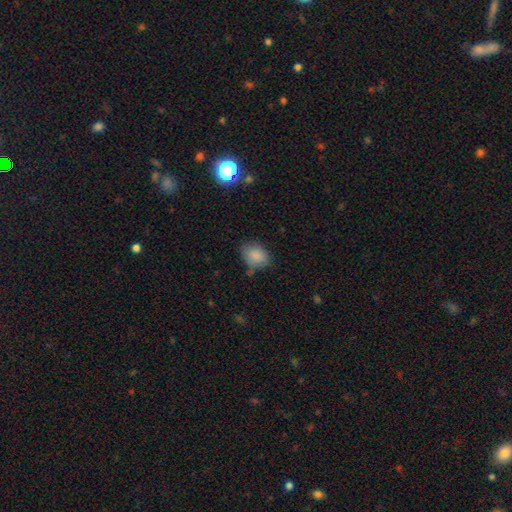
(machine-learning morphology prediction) The model was most divided on "how rounded": in between: 64%, round: 34%, cigar-shaped: 1%. More confident: smooth or featured — smooth (86%); merging — none (68%).